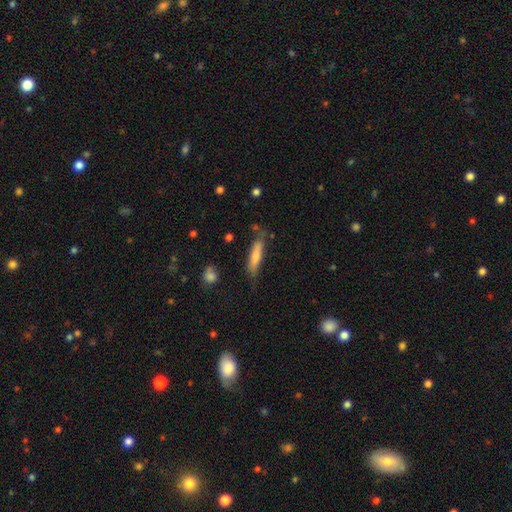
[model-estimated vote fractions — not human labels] smooth-or-featured: smooth: 71% | featured or disk: 23% | star or artifact: 6%
  how-rounded: cigar-shaped: 80% | in between: 18% | round: 2%
  merging: none: 68% | minor disturbance: 22% | major disturbance: 6% | merger: 4%